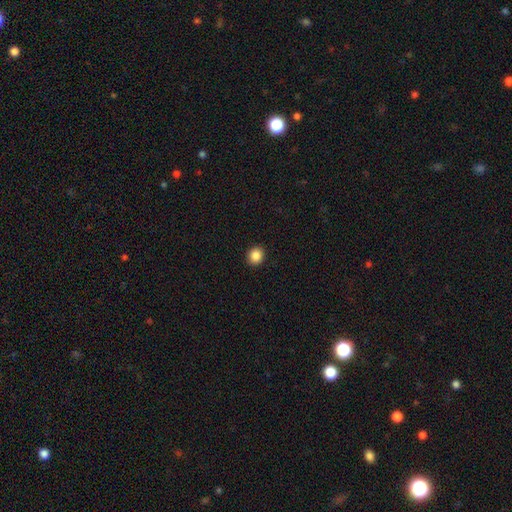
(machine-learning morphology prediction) Smooth or featured? smooth (87%)
How rounded? round (78%)
Merging? none (92%)